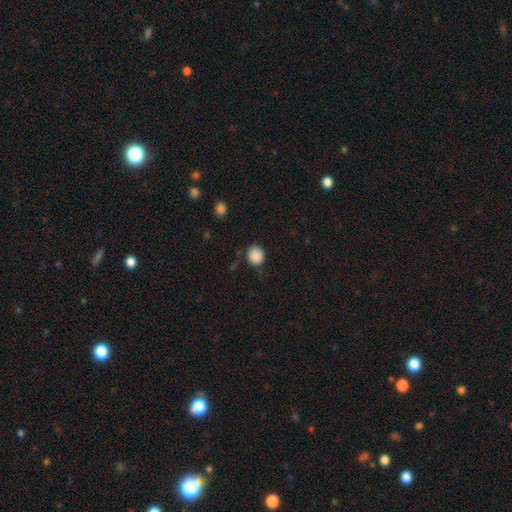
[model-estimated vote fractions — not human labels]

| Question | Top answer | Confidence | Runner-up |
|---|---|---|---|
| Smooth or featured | smooth | 88% | star or artifact (9%) |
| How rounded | round | 81% | in between (18%) |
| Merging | none | 80% | minor disturbance (15%) |